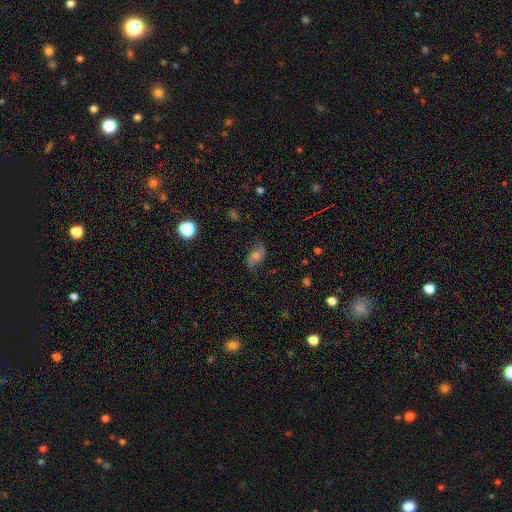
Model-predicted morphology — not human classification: Smooth or featured? featured or disk (56%)
Edge-on disk? no (92%)
Bar? no (70%)
Spiral arms? yes (85%)
Bulge size? moderate (57%)
Merging? none (73%)